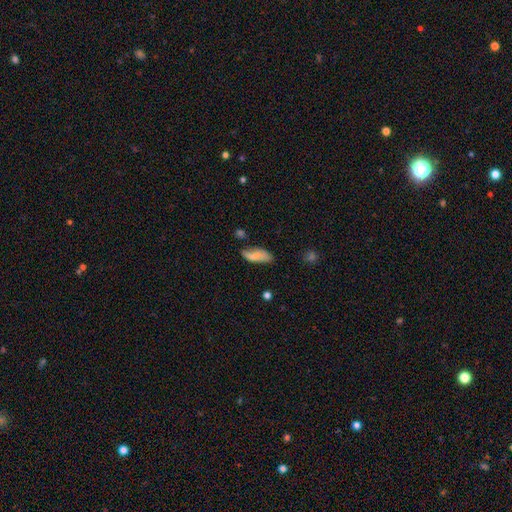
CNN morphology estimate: Smooth or featured: smooth — 72% (featured or disk — 19%)
How rounded: in between — 75% (cigar-shaped — 22%)
Merging: none — 46% (minor disturbance — 31%)